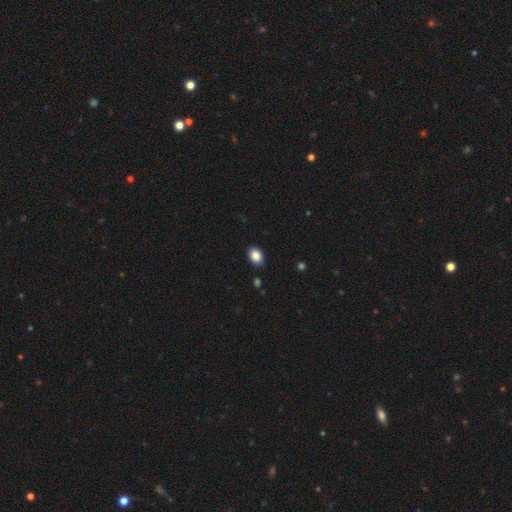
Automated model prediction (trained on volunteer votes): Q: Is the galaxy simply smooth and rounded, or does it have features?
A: smooth — 86%.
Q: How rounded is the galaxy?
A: in between — 72%.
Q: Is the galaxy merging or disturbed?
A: none — 89%.